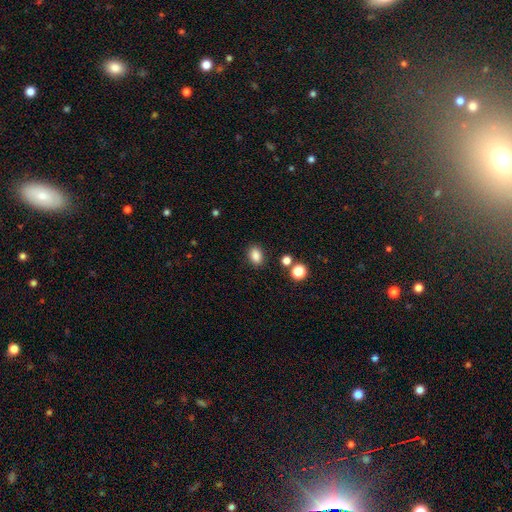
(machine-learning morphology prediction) smooth 86%, star or artifact 10%, featured or disk 4%. Down the decision tree: how rounded — in between (75%); merging — none (85%).